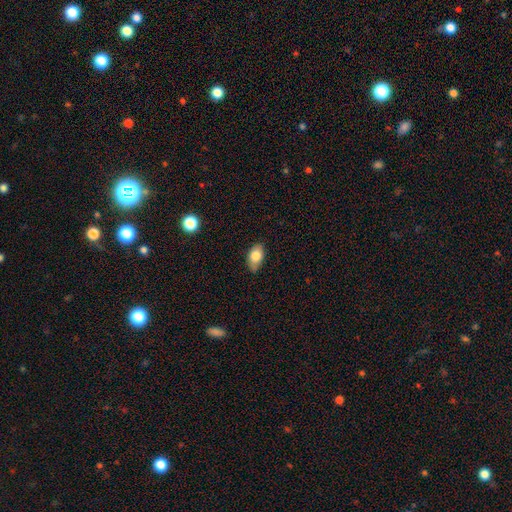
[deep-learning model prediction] smooth_or_featured: smooth (p=0.81) [alt: featured or disk p=0.12]
how_rounded: in between (p=0.90) [alt: round p=0.07]
merging: none (p=0.76) [alt: minor disturbance p=0.20]